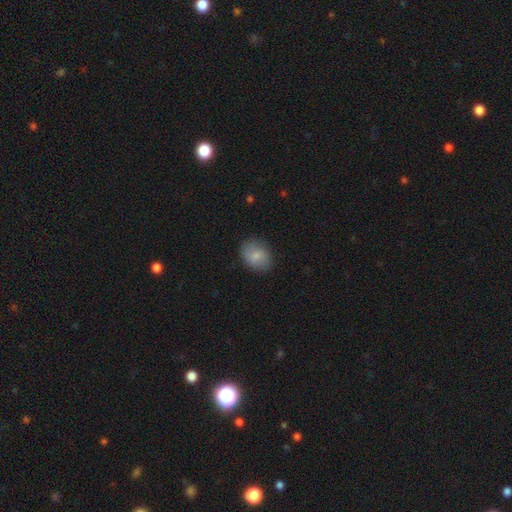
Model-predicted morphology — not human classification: Smooth or featured: smooth — 79% (featured or disk — 13%)
How rounded: in between — 60% (round — 39%)
Merging: none — 82% (minor disturbance — 14%)